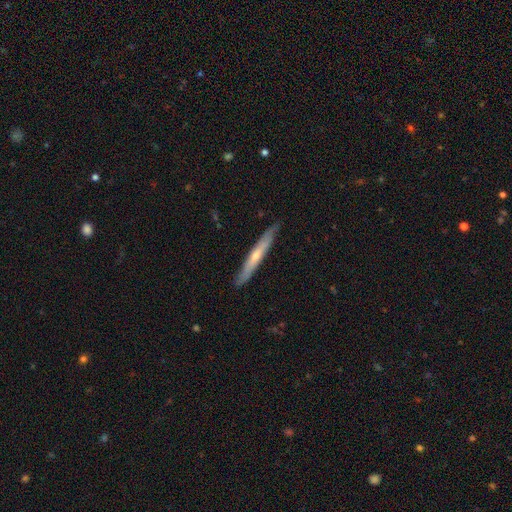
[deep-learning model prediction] Smooth or featured? Predicted: featured or disk (p=0.54). Edge-on disk? Predicted: yes (p=0.91). Merging? Predicted: none (p=0.87).